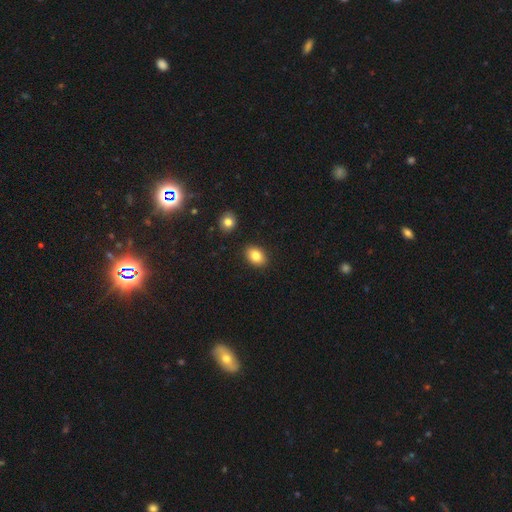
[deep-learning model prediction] Morphology: type=smooth (83%); roundness=in between (79%); merging=none (87%).